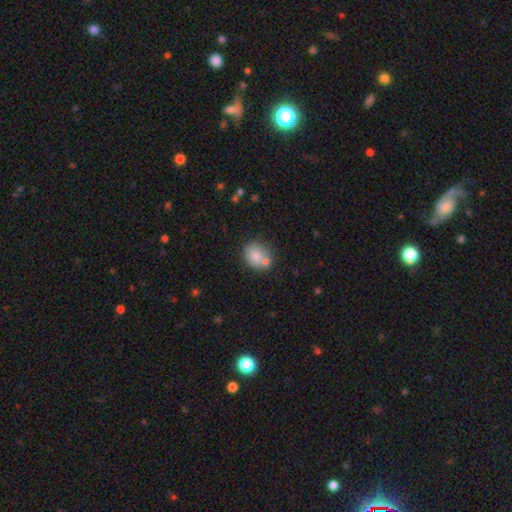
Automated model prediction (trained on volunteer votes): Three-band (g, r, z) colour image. It shows a smooth galaxy with no disk features (76%) that is round (63%). Merging: none (53%).